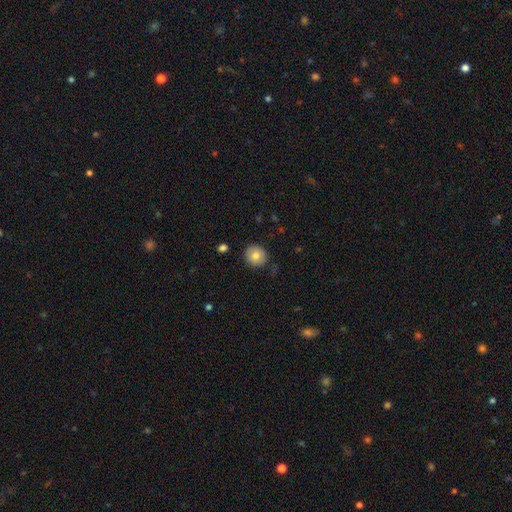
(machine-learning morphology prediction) This is likely a smooth galaxy (78%). How rounded: clearly round (90%). Merging: clearly none (87%).